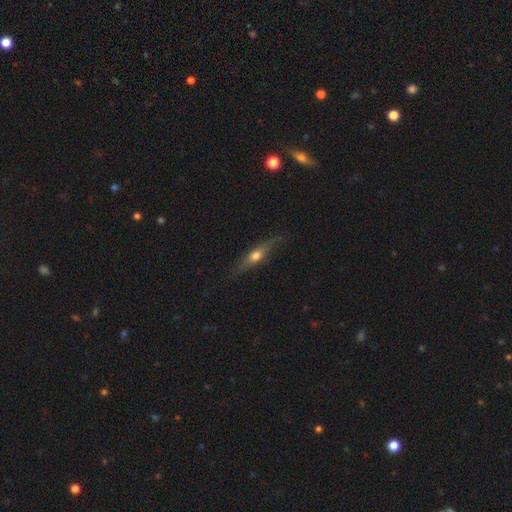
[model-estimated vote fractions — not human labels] Overall: featured or disk (56%; smooth 38%). Edge-on disk: yes (90%). Merging: none (78%).